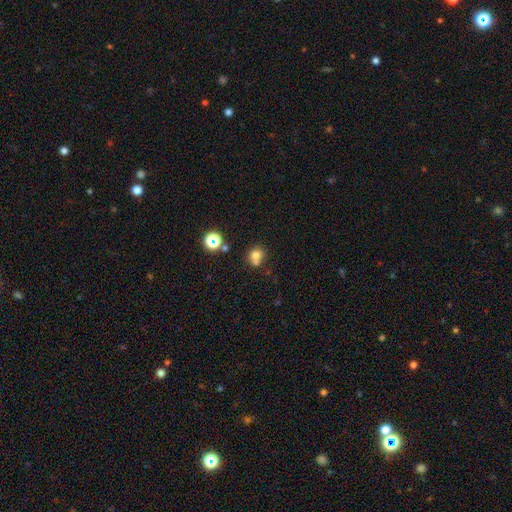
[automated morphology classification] This appears to be a smooth galaxy with no disk features (72%) that is round (80%). Merging: none (49%).